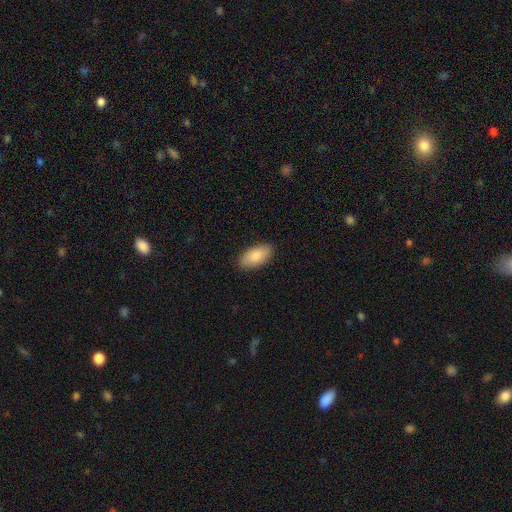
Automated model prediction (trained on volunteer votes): smooth 84%, featured or disk 10%, star or artifact 6%. Down the decision tree: how rounded — in between (94%); merging — none (89%).